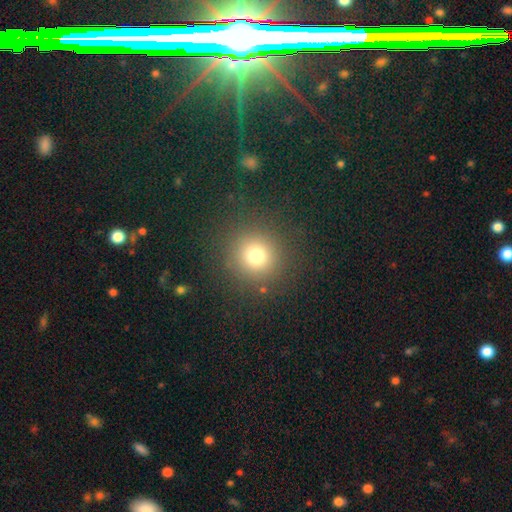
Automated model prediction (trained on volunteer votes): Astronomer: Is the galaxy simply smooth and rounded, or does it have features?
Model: smooth — 75%.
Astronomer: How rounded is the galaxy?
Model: round — 94%.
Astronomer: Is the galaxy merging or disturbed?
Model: none — 88%.